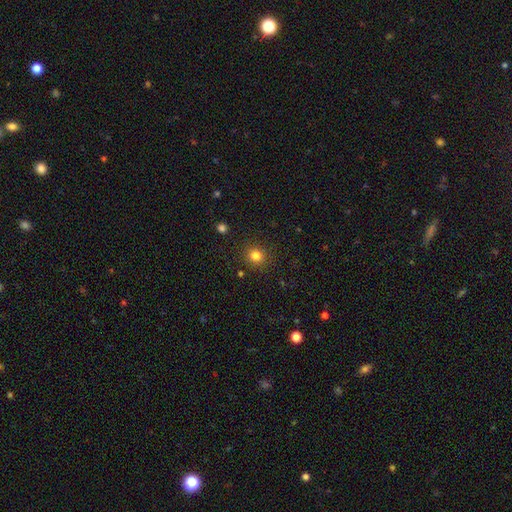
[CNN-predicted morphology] type=smooth (82%); roundness=round (88%); merging=none (89%).